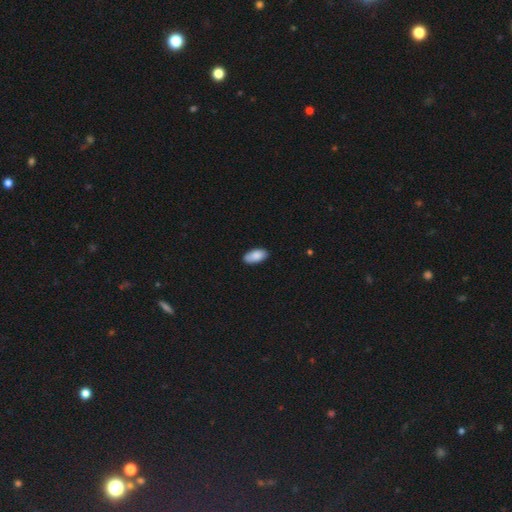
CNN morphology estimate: The model was most divided on "merging": none: 85%, minor disturbance: 12%, major disturbance: 2%, merger: 1%. More confident: how rounded — in between (94%); smooth or featured — smooth (87%).